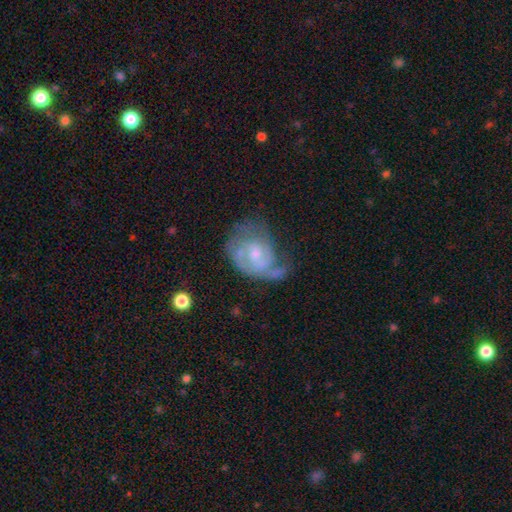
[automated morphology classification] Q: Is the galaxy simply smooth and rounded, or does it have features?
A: featured or disk — 78%.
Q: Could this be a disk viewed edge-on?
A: no — 98%.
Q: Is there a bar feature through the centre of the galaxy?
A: no — 60%.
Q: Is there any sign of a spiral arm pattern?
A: yes — 87%.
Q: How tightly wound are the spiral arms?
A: tight — 45%.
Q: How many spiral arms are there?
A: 2 — 43%.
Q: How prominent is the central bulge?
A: small — 51%.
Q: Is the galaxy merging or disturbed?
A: none — 38%.